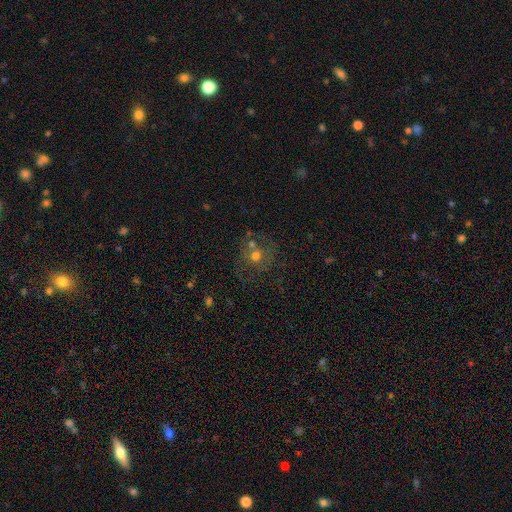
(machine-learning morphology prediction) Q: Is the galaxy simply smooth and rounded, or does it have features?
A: smooth — 46%.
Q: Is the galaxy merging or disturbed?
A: none — 56%.